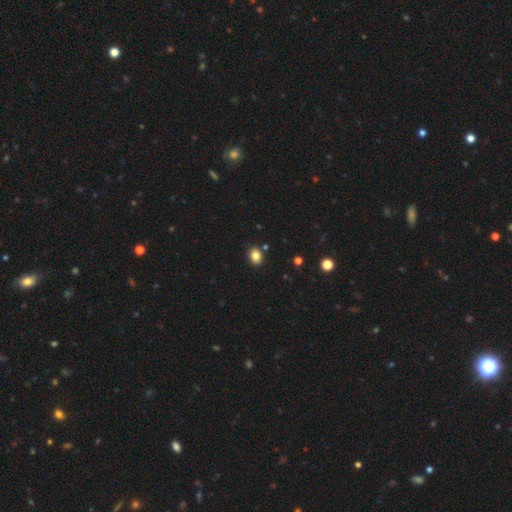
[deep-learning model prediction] smooth 84%, star or artifact 10%, featured or disk 6%. Down the decision tree: how rounded — in between (65%); merging — none (85%).